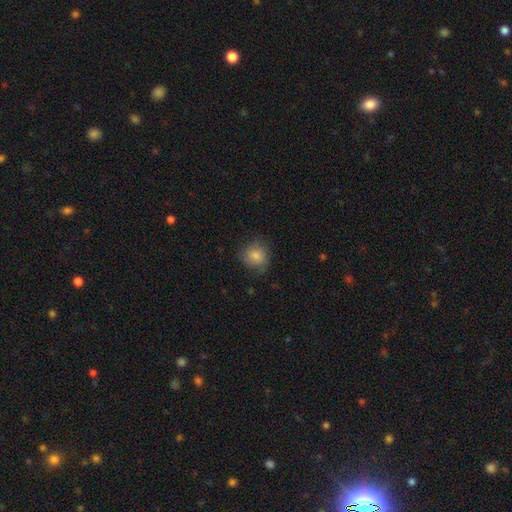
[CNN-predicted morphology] smooth-or-featured: smooth: 79% | featured or disk: 13% | star or artifact: 8%
  how-rounded: round: 80% | in between: 19% | cigar-shaped: 1%
  merging: none: 70% | minor disturbance: 22% | major disturbance: 7% | merger: 1%